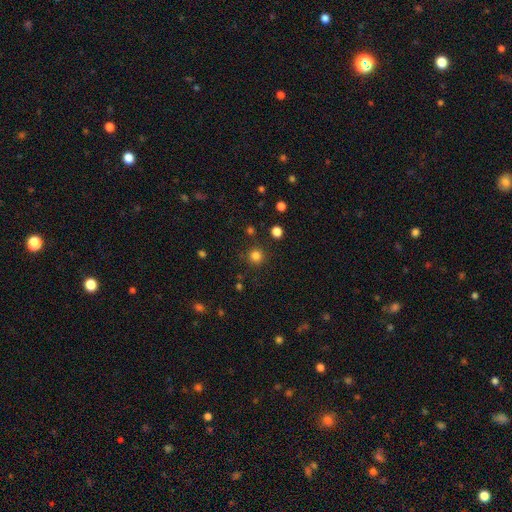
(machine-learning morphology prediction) This appears to be a smooth galaxy with no disk features (80%) that is round (94%). Merging: none (87%).